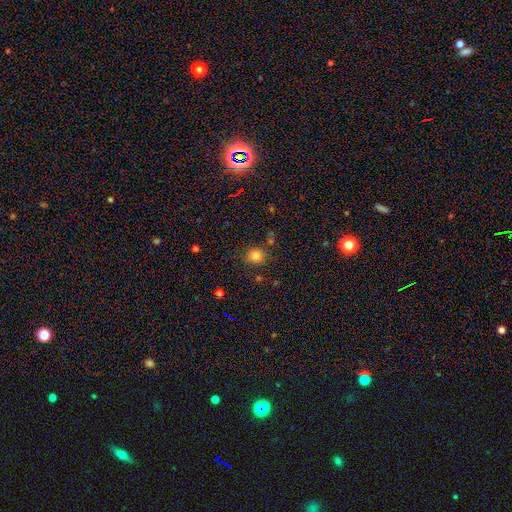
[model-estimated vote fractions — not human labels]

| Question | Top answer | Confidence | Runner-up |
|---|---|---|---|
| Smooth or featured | smooth | 79% | star or artifact (15%) |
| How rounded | round | 86% | in between (13%) |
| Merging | none | 80% | minor disturbance (12%) |